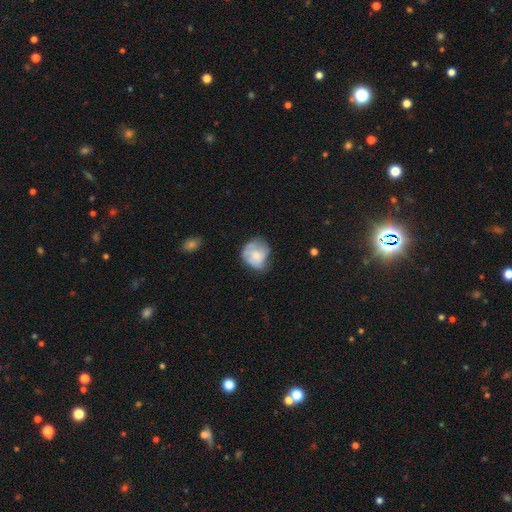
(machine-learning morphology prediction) Smooth or featured: smooth — 57% (featured or disk — 36%)
How rounded: round — 71% (in between — 28%)
Merging: none — 46% (minor disturbance — 34%)